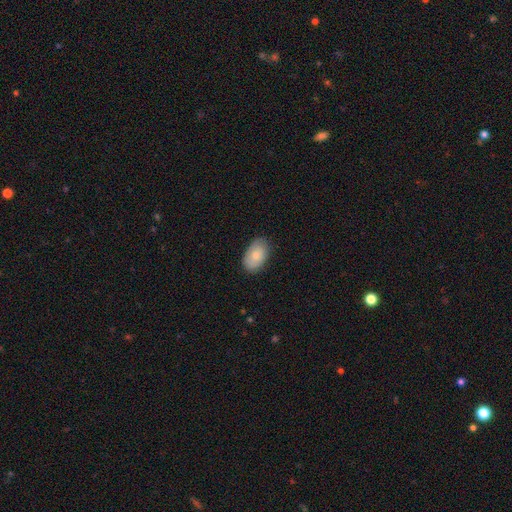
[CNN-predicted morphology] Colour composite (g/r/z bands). It shows a smooth galaxy with no disk features (80%) that is in between round and cigar-shaped (93%). Merging: none (82%).